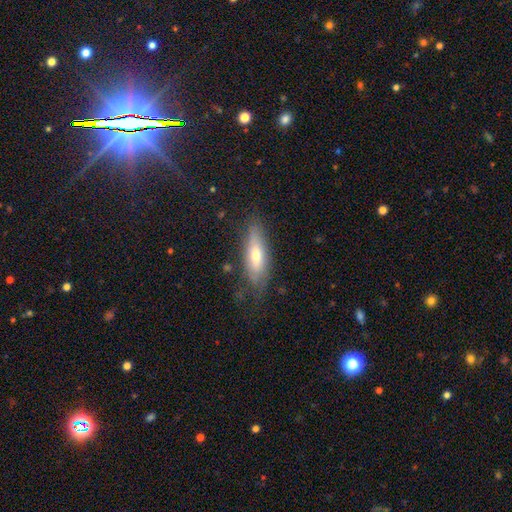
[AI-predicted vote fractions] smooth_or_featured: smooth (p=0.58) [alt: featured or disk p=0.35]
how_rounded: in between (p=0.53) [alt: cigar-shaped p=0.45]
merging: none (p=0.71) [alt: minor disturbance p=0.21]